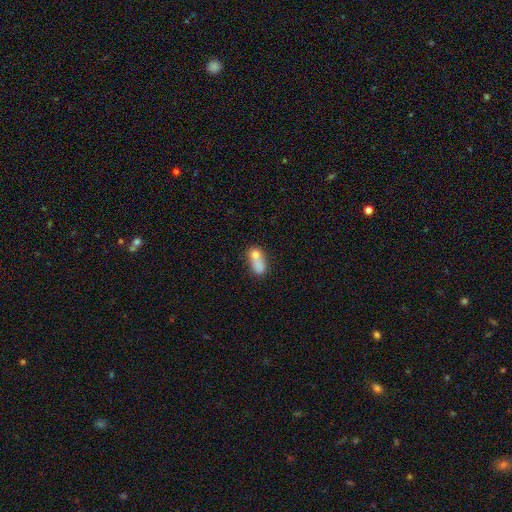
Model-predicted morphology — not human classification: smooth 71%, featured or disk 19%, star or artifact 10%. Down the decision tree: how rounded — in between (69%); merging — merger (58%).